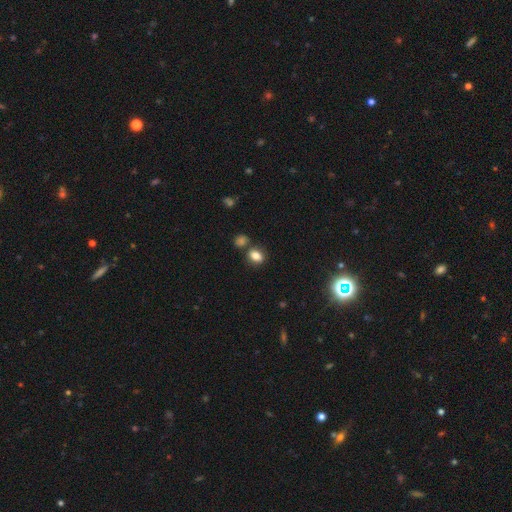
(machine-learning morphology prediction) Smooth or featured? Predicted: smooth (p=0.83). How rounded? Predicted: in between (p=0.68). Merging? Predicted: none (p=0.67).